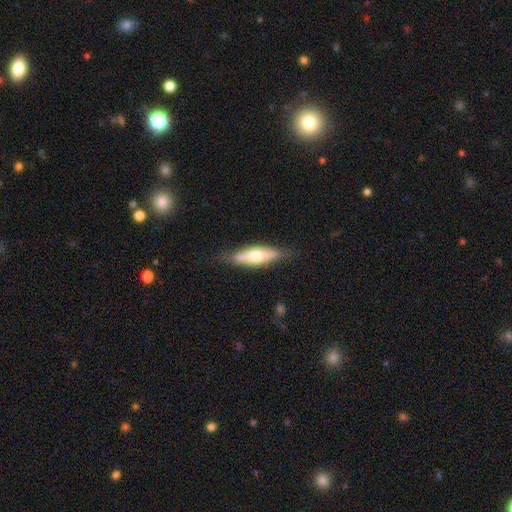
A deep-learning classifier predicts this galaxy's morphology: Smooth or featured?
  - smooth: 48% *
  - featured or disk: 47%
  - star or artifact: 6%
Merging?
  - none: 73% *
  - minor disturbance: 20%
  - major disturbance: 5%
  - merger: 2%